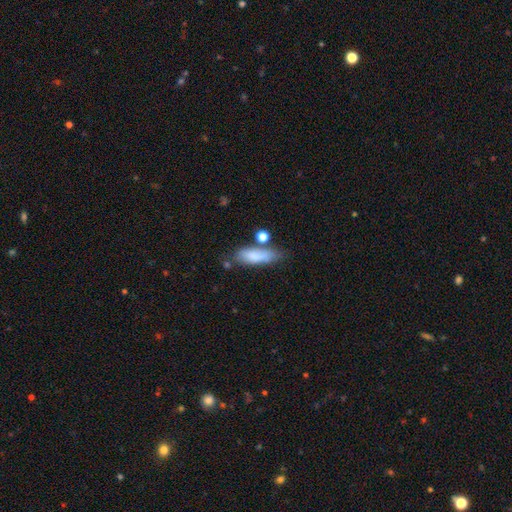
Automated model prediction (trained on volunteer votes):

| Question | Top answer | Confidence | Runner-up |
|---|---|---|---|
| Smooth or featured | smooth | 81% | featured or disk (12%) |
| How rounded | in between | 52% | cigar-shaped (45%) |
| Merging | none | 60% | minor disturbance (21%) |